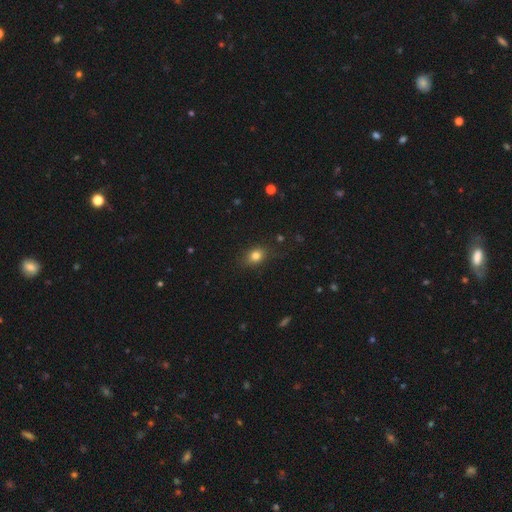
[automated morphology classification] smooth-or-featured: smooth: 80% | star or artifact: 12% | featured or disk: 8%
  how-rounded: in between: 55% | round: 43% | cigar-shaped: 2%
  merging: none: 79% | minor disturbance: 16% | major disturbance: 4% | merger: 1%